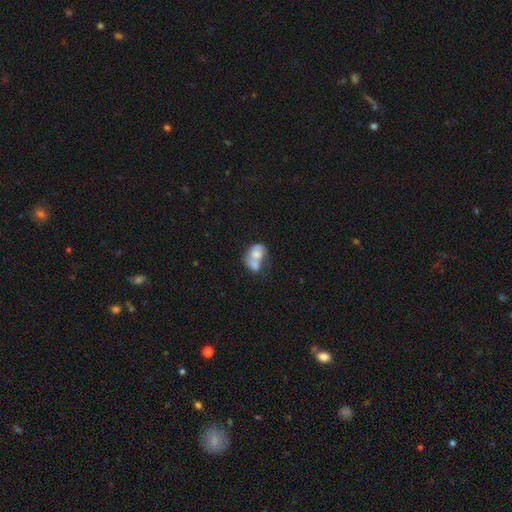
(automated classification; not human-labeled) smooth_or_featured: smooth (p=0.59) [alt: featured or disk p=0.33]
how_rounded: in between (p=0.70) [alt: round p=0.29]
merging: merger (p=0.67) [alt: none p=0.15]